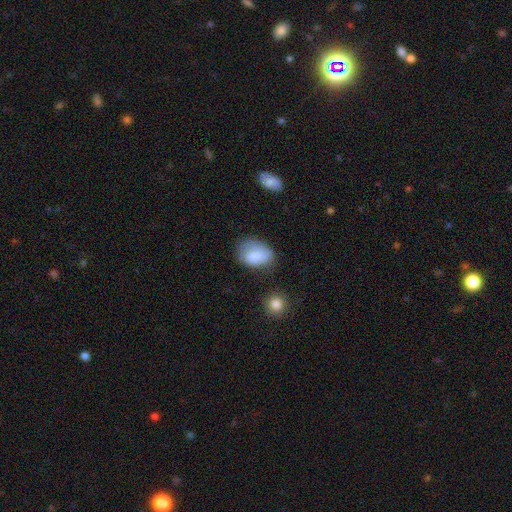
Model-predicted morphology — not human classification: A smooth galaxy with no disk features (78%) that is in between round and cigar-shaped (77%).

Vote fractions:
- Smooth or featured? smooth: 78% / featured or disk: 15% / star or artifact: 8%
- How rounded? in between: 77% / round: 21% / cigar-shaped: 1%
- Merging? none: 52% / minor disturbance: 32% / major disturbance: 12% / merger: 4%